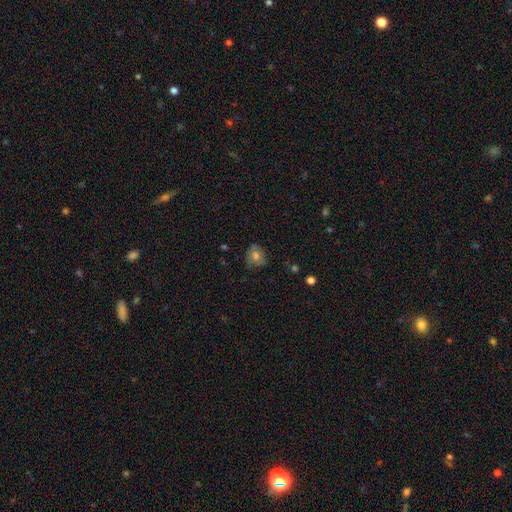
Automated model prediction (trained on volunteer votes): Overall: smooth (70%). How rounded: round (59%; in between 39%). Merging: none (68%).